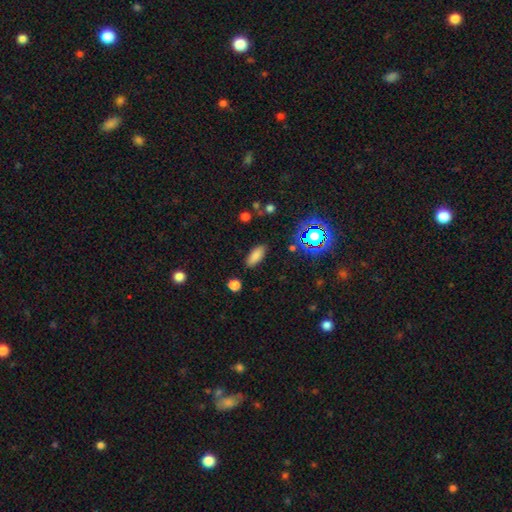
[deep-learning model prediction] Smooth or featured? smooth (81%)
How rounded? in between (78%)
Merging? none (87%)